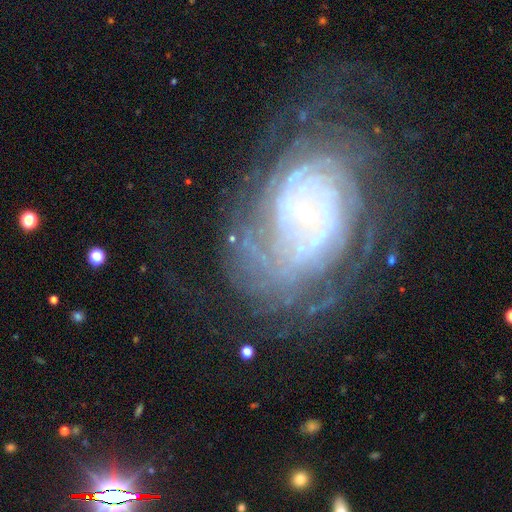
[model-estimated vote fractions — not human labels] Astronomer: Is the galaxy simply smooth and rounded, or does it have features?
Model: featured or disk — 85%.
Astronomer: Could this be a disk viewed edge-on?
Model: no — 97%.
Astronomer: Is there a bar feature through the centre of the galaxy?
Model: no — 73%.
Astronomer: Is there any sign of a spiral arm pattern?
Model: yes — 95%.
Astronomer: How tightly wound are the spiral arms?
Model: tight — 76%.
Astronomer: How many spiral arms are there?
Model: can't tell — 35% (runner-up: more than 4, 20%).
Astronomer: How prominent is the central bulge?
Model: small — 85%.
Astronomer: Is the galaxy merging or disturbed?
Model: none — 65%.